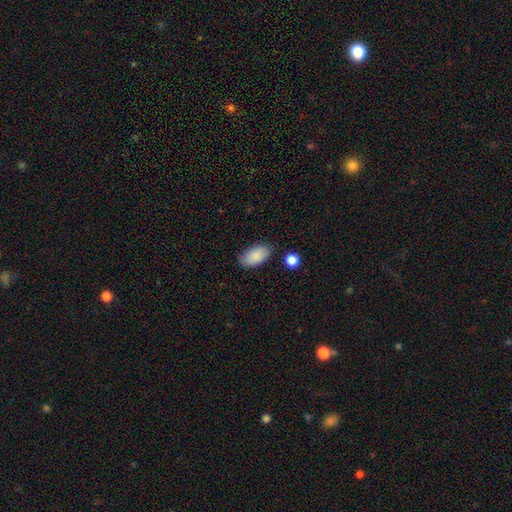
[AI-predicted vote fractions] Q: Smooth or featured?
A: smooth (87%); runner-up: star or artifact (6%)
Q: How rounded?
A: in between (94%); runner-up: round (3%)
Q: Merging?
A: none (80%); runner-up: minor disturbance (14%)